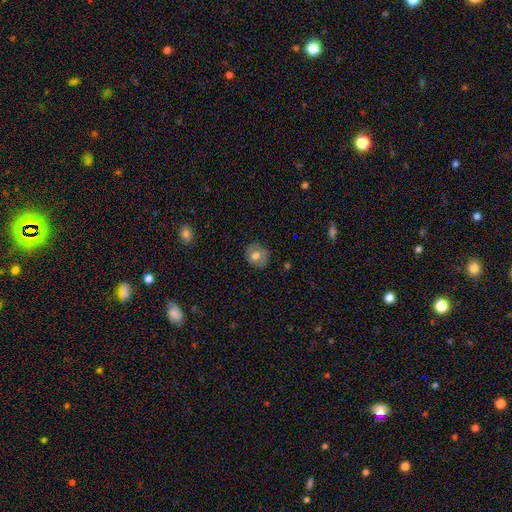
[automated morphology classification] Smooth or featured? smooth (65%)
How rounded? round (86%)
Merging? none (83%)